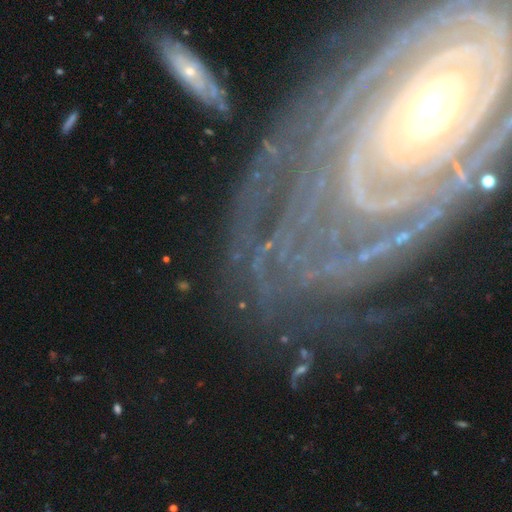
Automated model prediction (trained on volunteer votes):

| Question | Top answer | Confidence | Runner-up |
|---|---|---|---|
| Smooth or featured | featured or disk | 78% | star or artifact (12%) |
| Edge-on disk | no | 93% | yes (7%) |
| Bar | no | 41% | strong (31%) |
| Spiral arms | yes | 93% | no (7%) |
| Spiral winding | tight | 79% | medium (16%) |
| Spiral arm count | can't tell | 27% | 2 (18%) |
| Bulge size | small | 57% | moderate (28%) |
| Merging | none | 74% | minor disturbance (14%) |